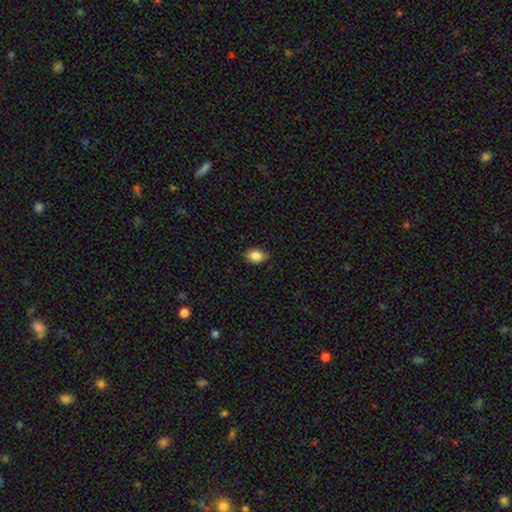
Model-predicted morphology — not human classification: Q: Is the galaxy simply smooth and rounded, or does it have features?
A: smooth — 86%.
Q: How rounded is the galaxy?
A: in between — 86%.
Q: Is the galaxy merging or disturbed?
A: none — 82%.